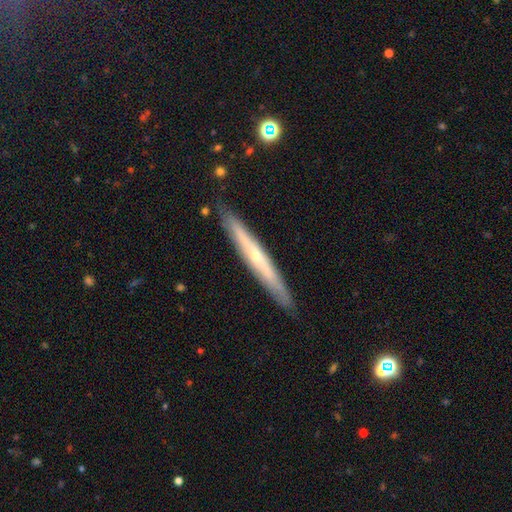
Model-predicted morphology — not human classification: Smooth or featured?
  - featured or disk: 63% *
  - smooth: 31%
  - star or artifact: 6%
Edge-on disk?
  - yes: 93% *
  - no: 7%
Edge-on bulge?
  - rounded: 56% *
  - none: 41%
  - boxy: 3%
Merging?
  - none: 89% *
  - minor disturbance: 9%
  - major disturbance: 1%
  - merger: 1%